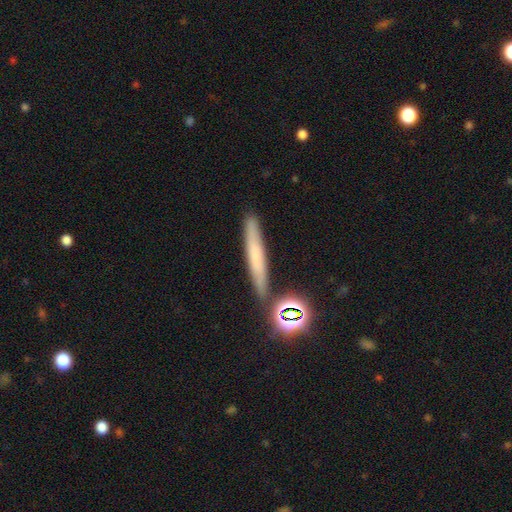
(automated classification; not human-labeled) Smooth or featured?
  - smooth: 54% *
  - featured or disk: 29%
  - star or artifact: 17%
How rounded?
  - cigar-shaped: 91% *
  - in between: 5%
  - round: 4%
Merging?
  - none: 83% *
  - minor disturbance: 9%
  - merger: 5%
  - major disturbance: 3%